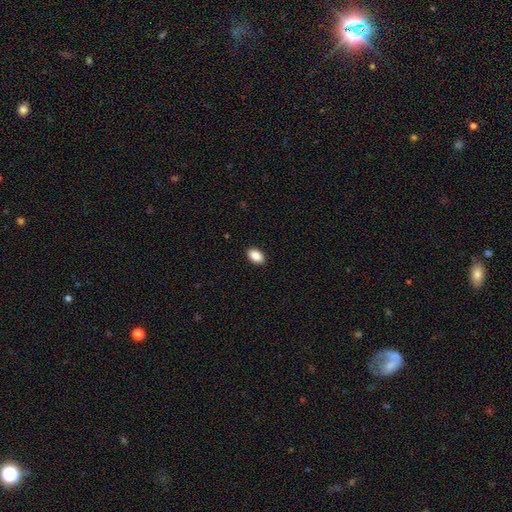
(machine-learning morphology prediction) smooth-or-featured: smooth: 88% | star or artifact: 7% | featured or disk: 4%
  how-rounded: in between: 92% | round: 7% | cigar-shaped: 1%
  merging: none: 91% | minor disturbance: 7% | major disturbance: 2% | merger: 1%